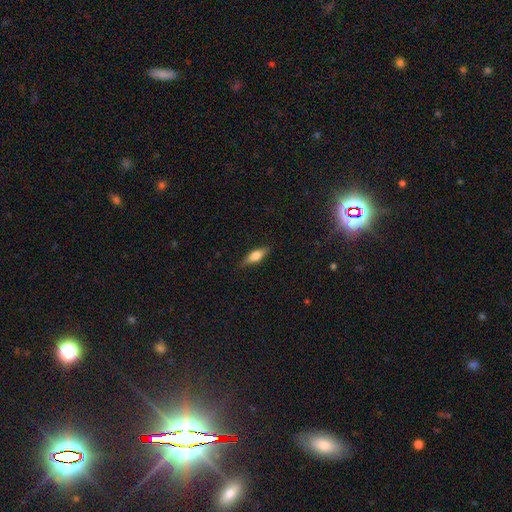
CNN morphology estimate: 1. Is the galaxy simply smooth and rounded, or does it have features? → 63% smooth, 29% featured or disk, 7% star or artifact.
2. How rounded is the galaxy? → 58% in between, 39% cigar-shaped, 3% round.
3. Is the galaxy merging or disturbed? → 82% none, 14% minor disturbance, 3% major disturbance, 1% merger.